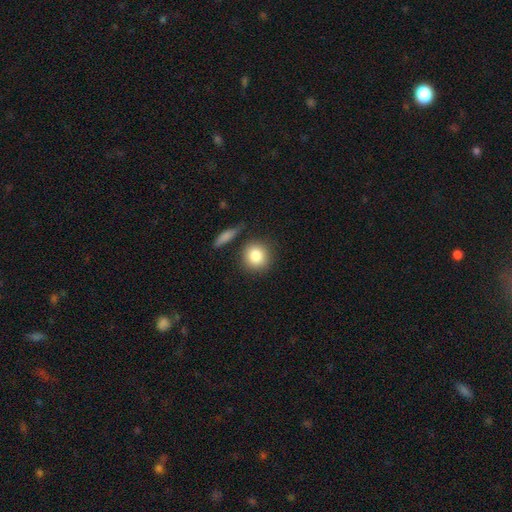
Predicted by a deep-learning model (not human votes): smooth_or_featured: smooth (p=0.84) [alt: star or artifact p=0.08]
how_rounded: round (p=0.86) [alt: in between p=0.12]
merging: none (p=0.79) [alt: minor disturbance p=0.10]